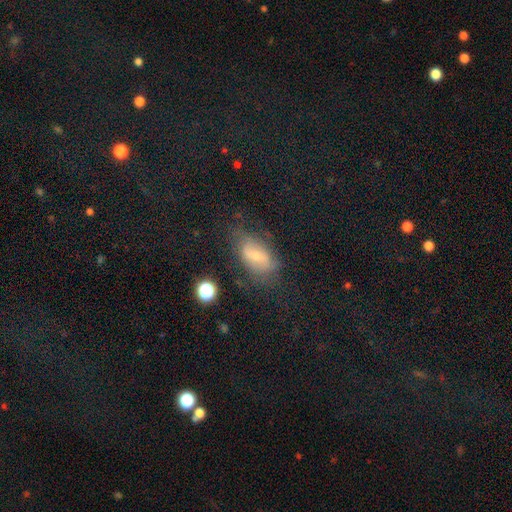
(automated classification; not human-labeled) Smooth or featured?
  - smooth: 50% *
  - featured or disk: 39%
  - star or artifact: 11%
How rounded?
  - in between: 87% *
  - round: 7%
  - cigar-shaped: 5%
Merging?
  - none: 55% *
  - minor disturbance: 26%
  - major disturbance: 16%
  - merger: 3%